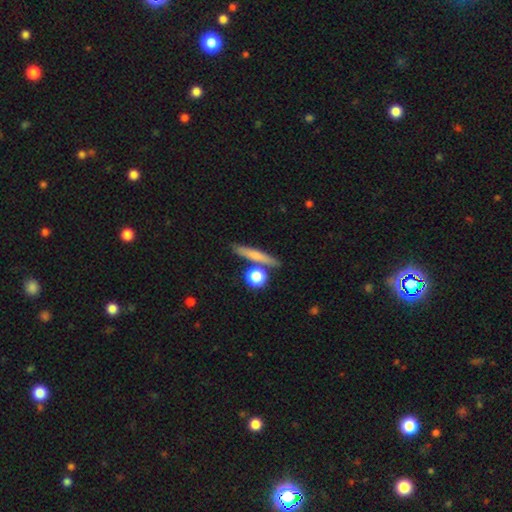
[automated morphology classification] Q: Smooth or featured?
A: smooth (67%); runner-up: featured or disk (25%)
Q: How rounded?
A: cigar-shaped (78%); runner-up: round (11%)
Q: Merging?
A: none (77%); runner-up: merger (10%)